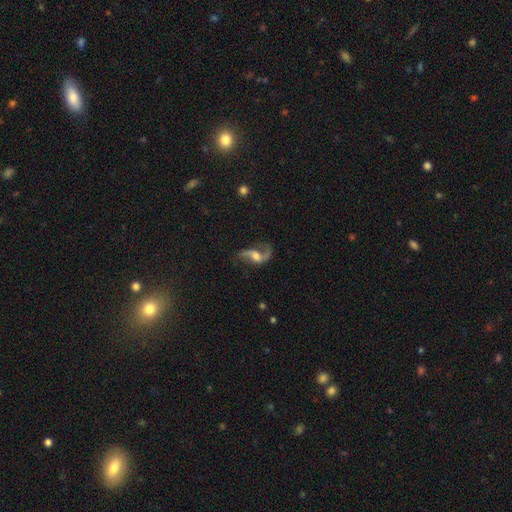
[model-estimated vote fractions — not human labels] Morphology: type=featured or disk (81%); edge-on=no (95%); bar=no (42%); spiral arms=yes (93%); winding=loose (84%); arm count=2 (89%); bulge=moderate (49%); merging=none (57%).